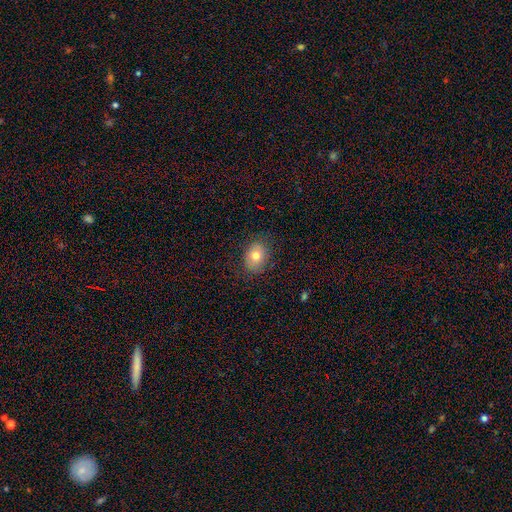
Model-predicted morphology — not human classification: A smooth galaxy with no disk features (76%) that is in between round and cigar-shaped (66%). Merging: none (83%).